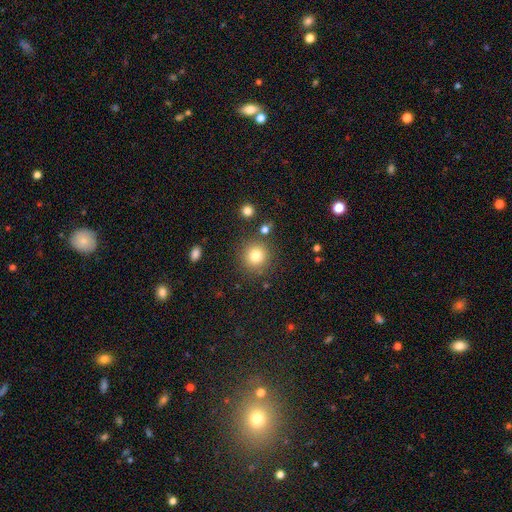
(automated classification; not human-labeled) smooth 80%, star or artifact 12%, featured or disk 7%. Down the decision tree: how rounded — round (93%); merging — none (85%).